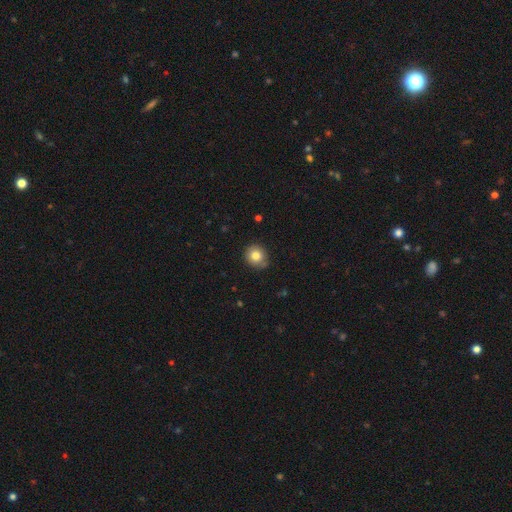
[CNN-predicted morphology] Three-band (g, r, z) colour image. It shows a smooth galaxy with no disk features (81%) that is round (85%). Merging: none (84%).